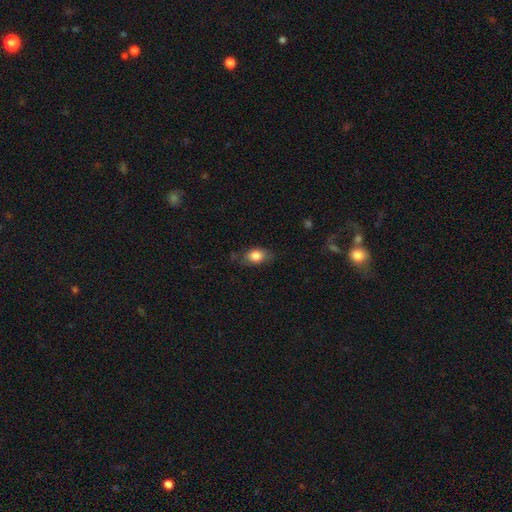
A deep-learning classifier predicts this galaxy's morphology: The model was most divided on "merging": none: 71%, minor disturbance: 22%, major disturbance: 6%, merger: 2%. More confident: how rounded — in between (83%); smooth or featured — smooth (82%).